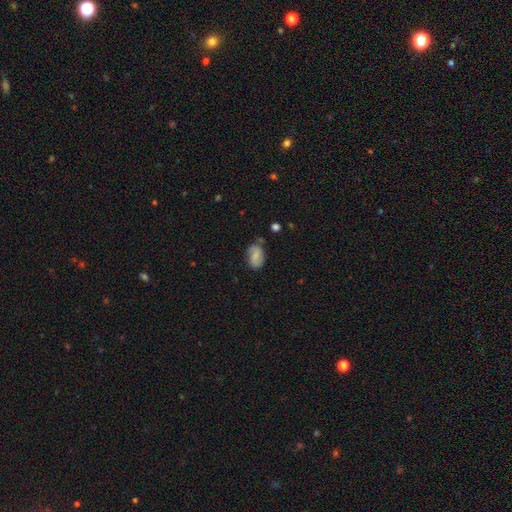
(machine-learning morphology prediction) This is possibly a smooth galaxy (59%). How rounded: clearly in between (88%). Merging: likely none (66%).